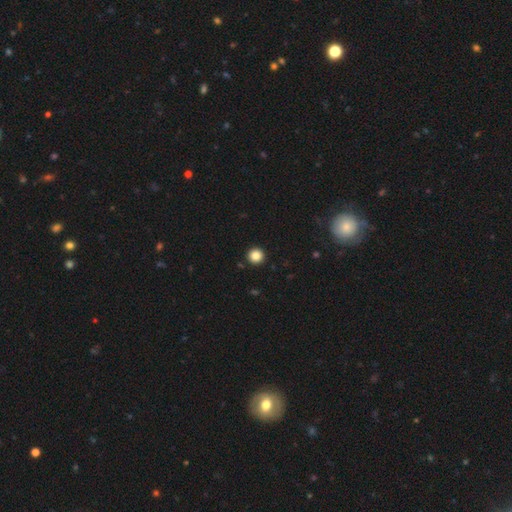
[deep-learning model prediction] smooth 85%, star or artifact 11%, featured or disk 4%. Down the decision tree: how rounded — round (96%); merging — none (93%).